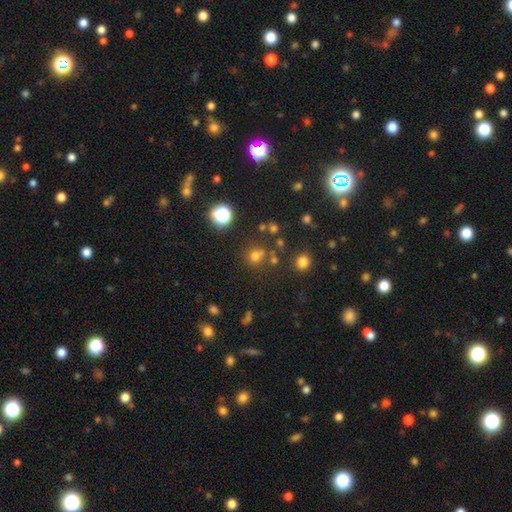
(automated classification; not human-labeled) Smooth or featured? Predicted: smooth (p=0.63). How rounded? Predicted: round (p=0.86). Merging? Predicted: none (p=0.66).